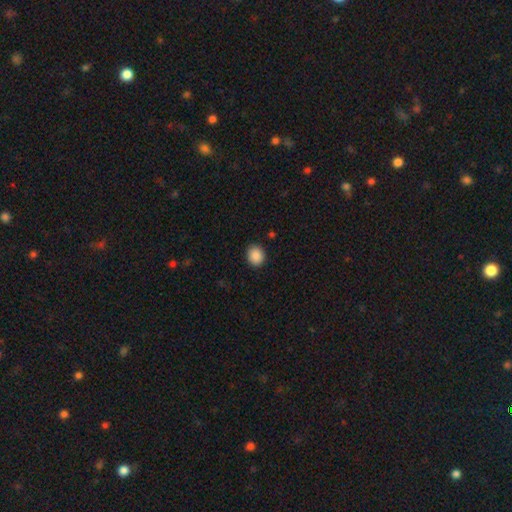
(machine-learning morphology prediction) smooth_or_featured: smooth (p=0.89) [alt: star or artifact p=0.08]
how_rounded: round (p=0.63) [alt: in between p=0.36]
merging: none (p=0.90) [alt: minor disturbance p=0.07]